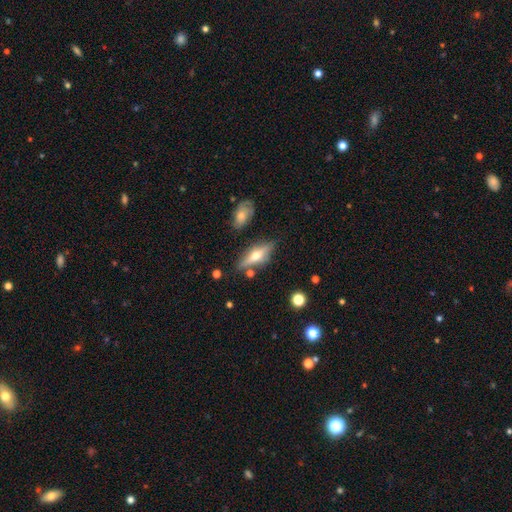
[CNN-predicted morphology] Overall: featured or disk (59%; smooth 33%). Edge-on disk: yes (91%). Edge-on bulge: rounded (94%). Merging: none (78%).